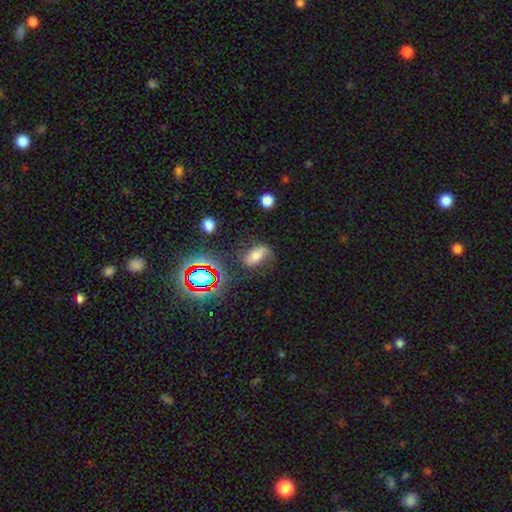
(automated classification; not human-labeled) This appears to be a smooth galaxy with no disk features (51%) that is in between round and cigar-shaped (85%). Merging: none (56%).